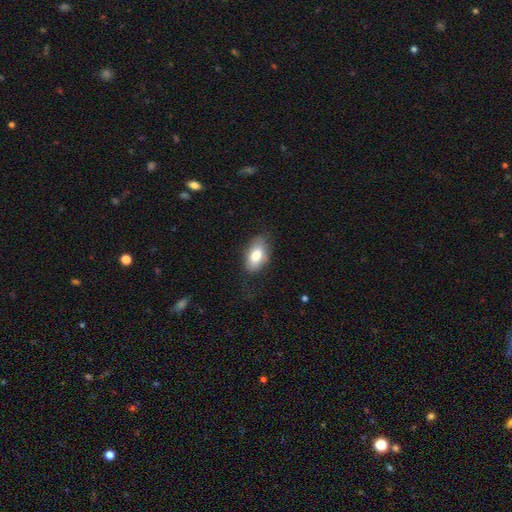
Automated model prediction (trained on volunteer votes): smooth 78%, featured or disk 15%, star or artifact 7%. Down the decision tree: how rounded — in between (91%); merging — none (71%).